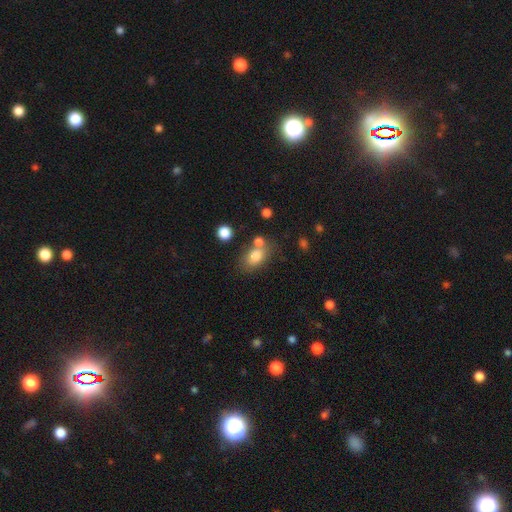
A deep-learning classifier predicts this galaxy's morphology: Smooth or featured? smooth (79%)
How rounded? in between (79%)
Merging? none (55%)